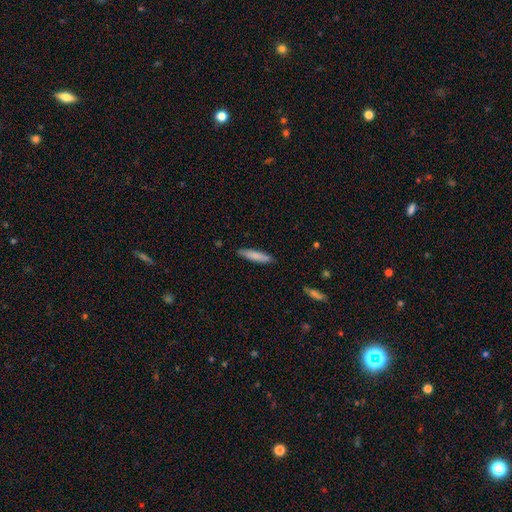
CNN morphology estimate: Smooth or featured? smooth (80%)
How rounded? cigar-shaped (85%)
Merging? none (86%)